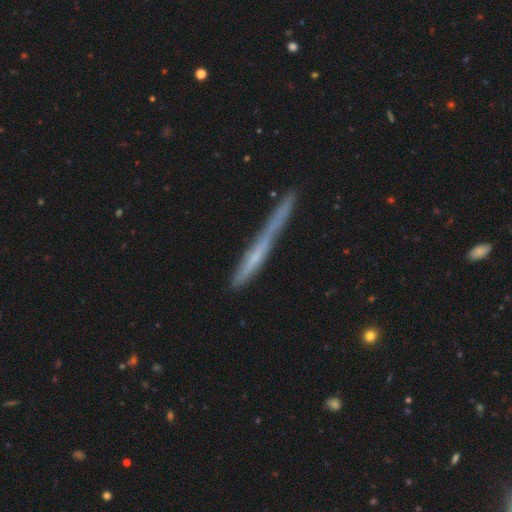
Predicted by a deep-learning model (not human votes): Morphology: type=smooth (46%, tied with featured or disk); merging=none (65%).